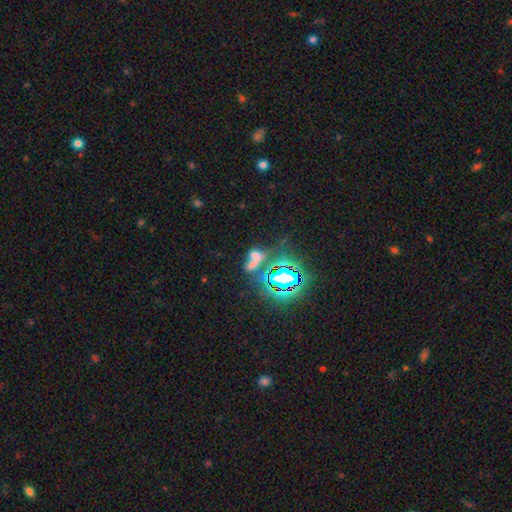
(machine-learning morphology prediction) Smooth or featured: star or artifact — 41% (tied with smooth — 41%)